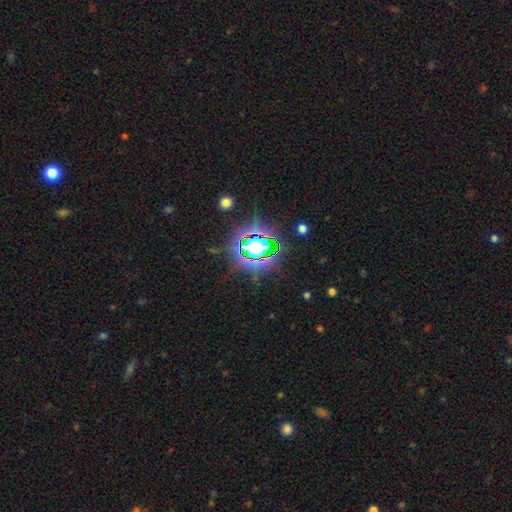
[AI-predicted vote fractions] star or artifact 78%, smooth 13%, featured or disk 9%.